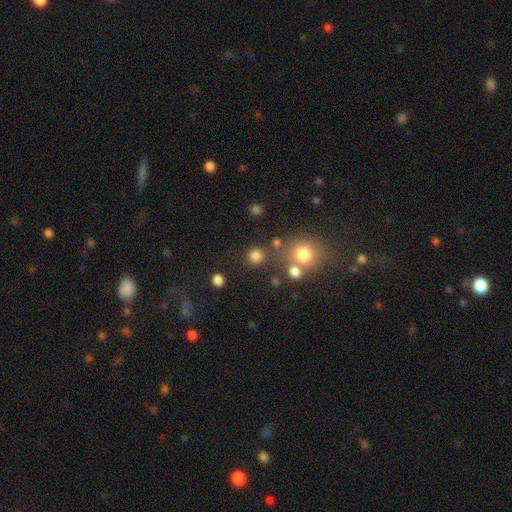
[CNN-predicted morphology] The model was most divided on "smooth or featured": smooth: 80%, star or artifact: 15%, featured or disk: 5%. More confident: how rounded — round (92%); merging — none (80%).